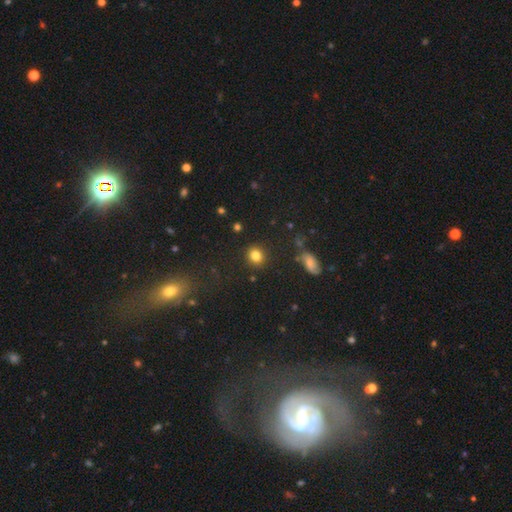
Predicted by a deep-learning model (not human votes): Q: Smooth or featured?
A: smooth (82%); runner-up: star or artifact (11%)
Q: How rounded?
A: round (77%); runner-up: in between (22%)
Q: Merging?
A: none (88%); runner-up: minor disturbance (7%)